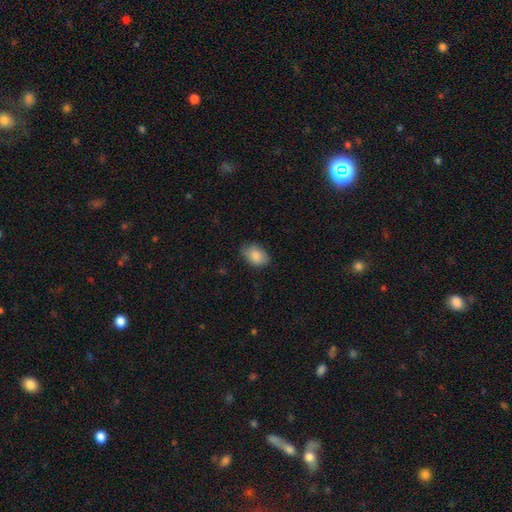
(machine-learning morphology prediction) Q: Smooth or featured?
A: smooth (85%); runner-up: featured or disk (8%)
Q: How rounded?
A: in between (83%); runner-up: round (15%)
Q: Merging?
A: none (72%); runner-up: minor disturbance (23%)